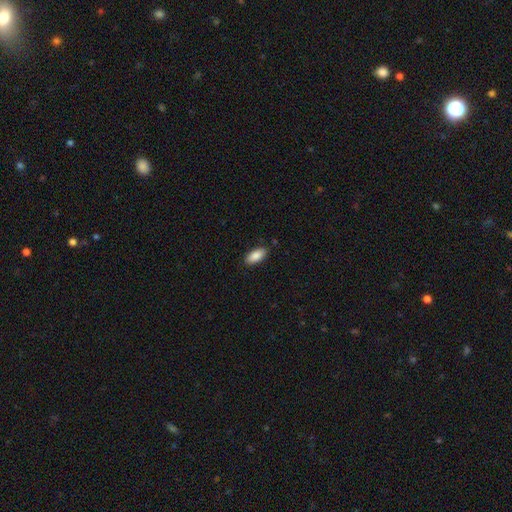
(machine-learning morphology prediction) smooth 88%, star or artifact 6%, featured or disk 6%. Down the decision tree: how rounded — in between (90%); merging — none (87%).